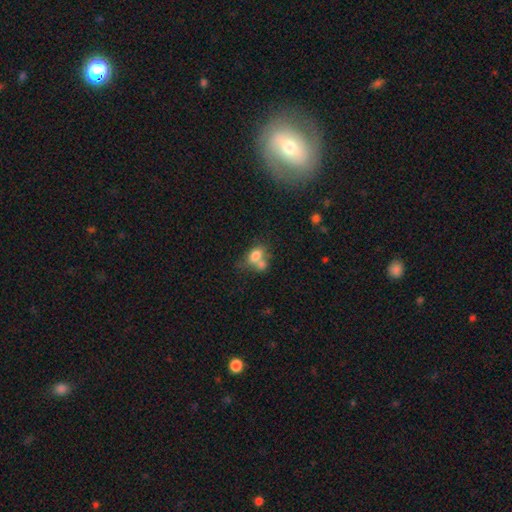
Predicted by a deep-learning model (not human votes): Smooth or featured?
  - smooth: 75% *
  - featured or disk: 14%
  - star or artifact: 10%
How rounded?
  - in between: 73% *
  - round: 24%
  - cigar-shaped: 2%
Merging?
  - merger: 52% *
  - none: 30%
  - minor disturbance: 12%
  - major disturbance: 7%